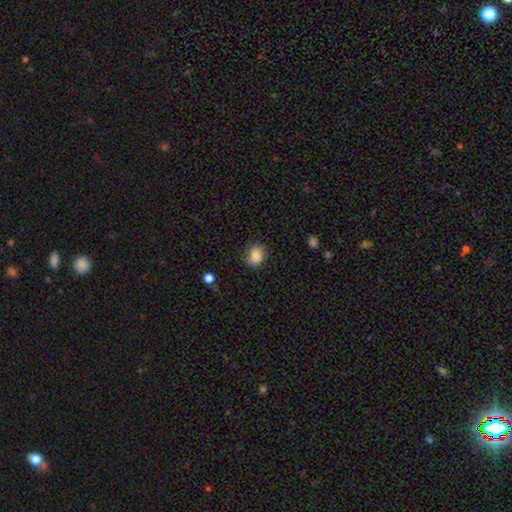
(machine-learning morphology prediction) A smooth galaxy with no disk features (85%) that is round (54%).

Vote fractions:
- Smooth or featured? smooth: 85% / star or artifact: 9% / featured or disk: 7%
- How rounded? round: 54% / in between: 45% / cigar-shaped: 1%
- Merging? none: 75% / minor disturbance: 19% / major disturbance: 5% / merger: 1%